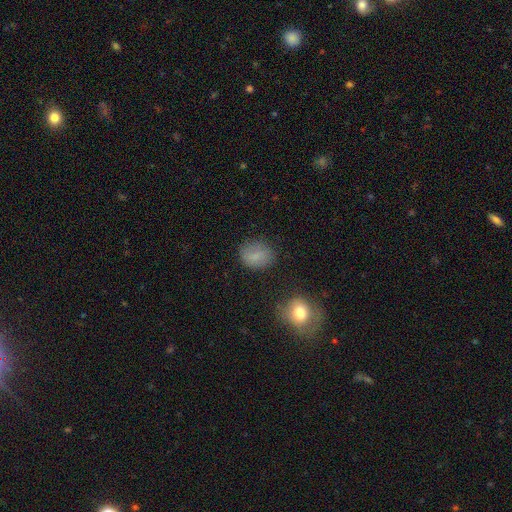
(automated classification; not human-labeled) A smooth galaxy with no disk features (79%) that is in between round and cigar-shaped (55%).

Vote fractions:
- Smooth or featured? smooth: 79% / star or artifact: 11% / featured or disk: 10%
- How rounded? in between: 55% / round: 44% / cigar-shaped: 1%
- Merging? none: 74% / minor disturbance: 18% / major disturbance: 6% / merger: 3%